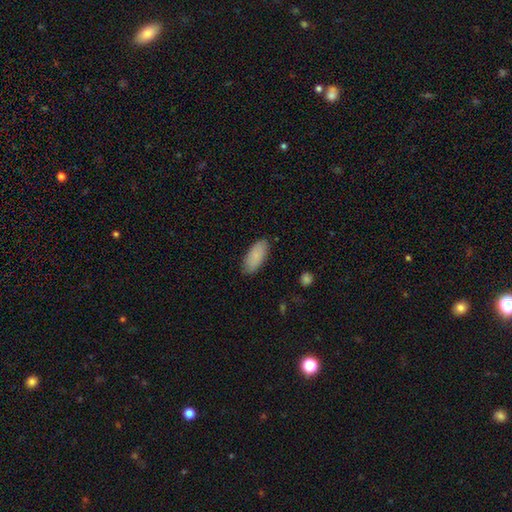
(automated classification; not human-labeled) smooth-or-featured: smooth: 87% | featured or disk: 7% | star or artifact: 6%
  how-rounded: in between: 86% | cigar-shaped: 12% | round: 2%
  merging: none: 86% | minor disturbance: 11% | major disturbance: 2% | merger: 1%